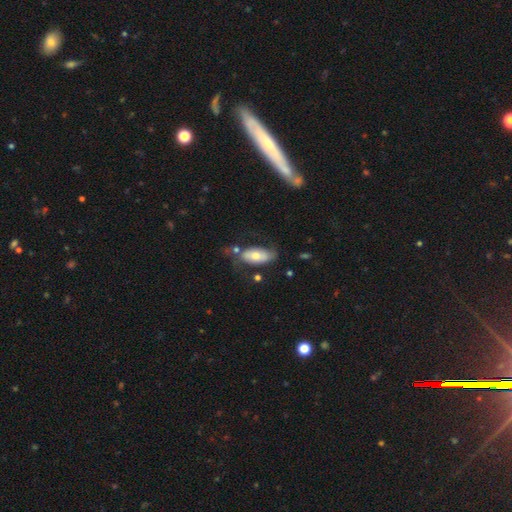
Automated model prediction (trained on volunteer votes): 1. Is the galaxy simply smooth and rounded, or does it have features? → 56% smooth, 38% featured or disk, 7% star or artifact.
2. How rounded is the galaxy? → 88% in between, 9% cigar-shaped, 3% round.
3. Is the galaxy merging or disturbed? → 48% none, 25% minor disturbance, 18% major disturbance, 9% merger.